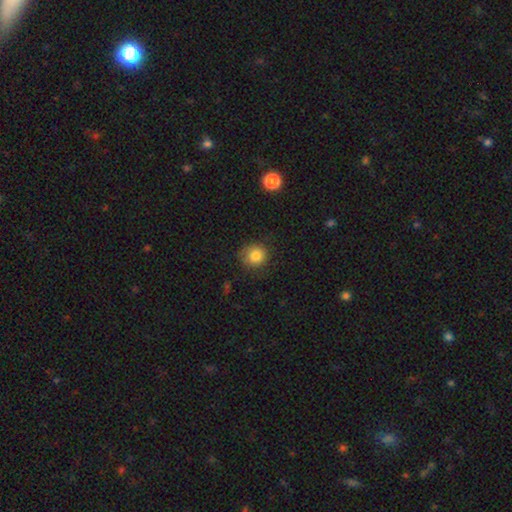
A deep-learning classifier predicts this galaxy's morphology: smooth-or-featured: smooth: 83% | star or artifact: 10% | featured or disk: 7%
  how-rounded: round: 87% | in between: 13% | cigar-shaped: 1%
  merging: none: 79% | minor disturbance: 16% | major disturbance: 4% | merger: 1%